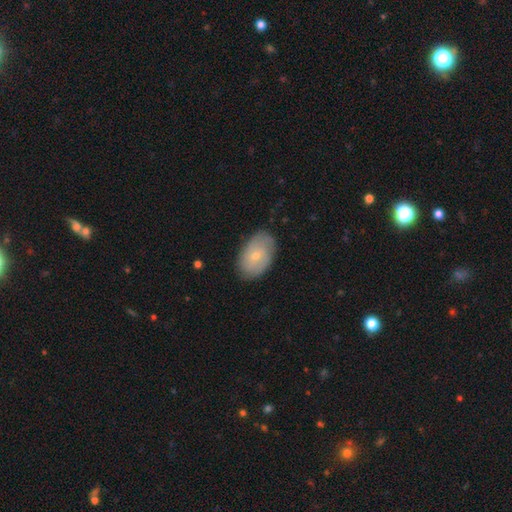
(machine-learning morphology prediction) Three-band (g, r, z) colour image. It shows a smooth galaxy with no disk features (54%) that is in between round and cigar-shaped (88%). Merging: none (80%).